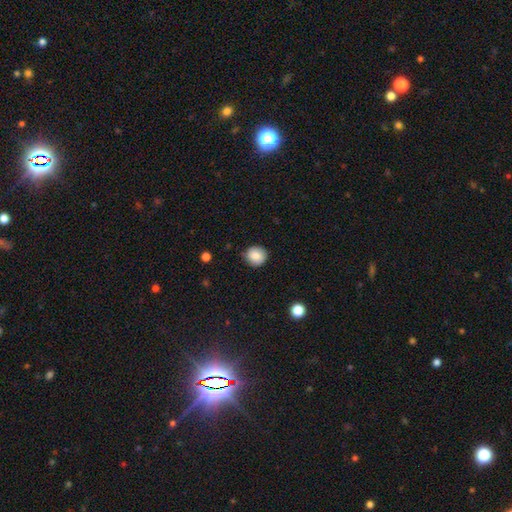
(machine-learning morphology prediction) This appears to be a smooth galaxy with no disk features (85%) that is round (90%). Merging: none (85%).